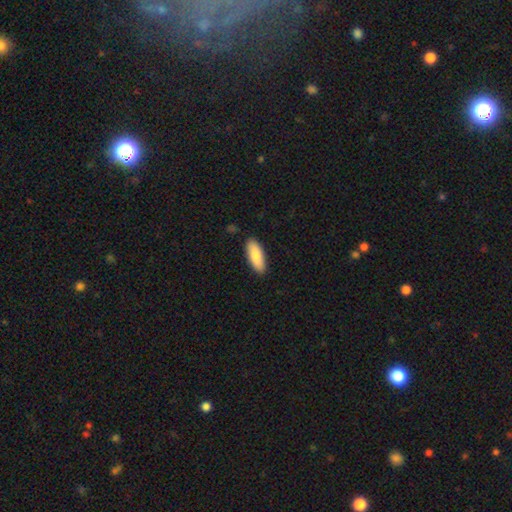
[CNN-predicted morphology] A smooth galaxy with no disk features (86%) that is in between round and cigar-shaped (73%). Merging: none (88%).